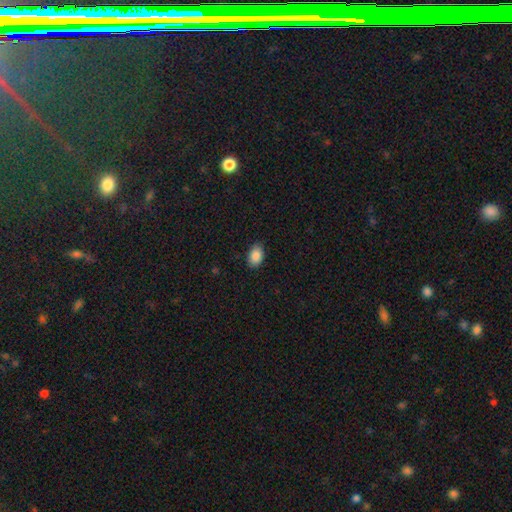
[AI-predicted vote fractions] Morphology: type=smooth (88%); roundness=in between (89%); merging=none (85%).